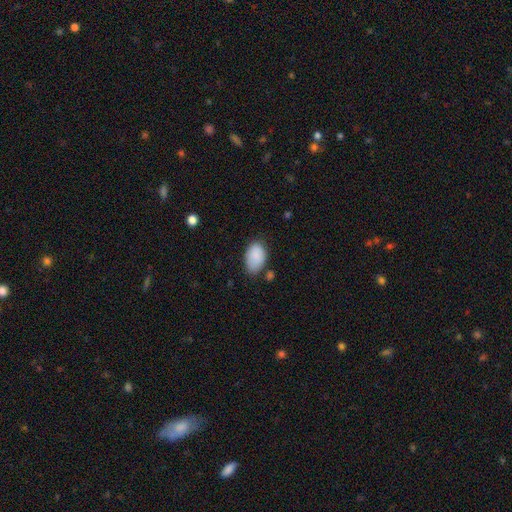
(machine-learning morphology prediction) smooth-or-featured: smooth: 88% | star or artifact: 7% | featured or disk: 5%
  how-rounded: in between: 92% | round: 7% | cigar-shaped: 1%
  merging: none: 65% | minor disturbance: 26% | major disturbance: 5% | merger: 4%